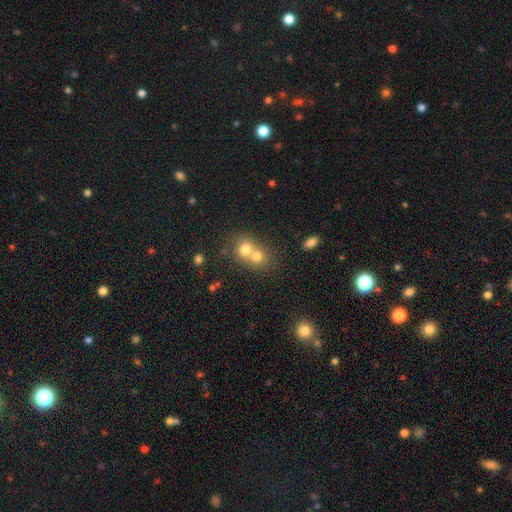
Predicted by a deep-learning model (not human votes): Smooth or featured? smooth (63%)
How rounded? round (75%)
Merging? merger (59%)